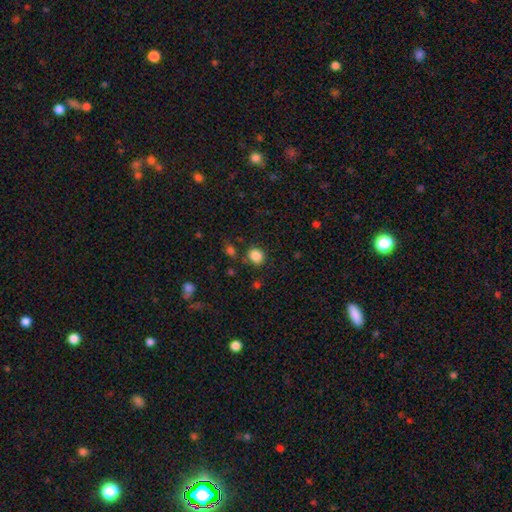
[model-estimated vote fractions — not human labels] Smooth or featured? Predicted: smooth (p=0.85). How rounded? Predicted: round (p=0.80). Merging? Predicted: none (p=0.78).